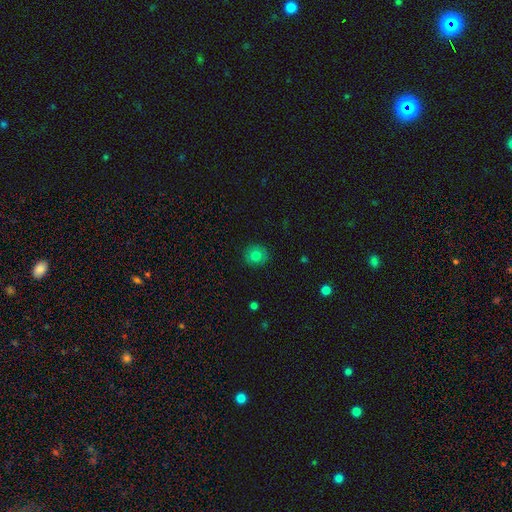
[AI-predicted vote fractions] A smooth galaxy with no disk features (78%) that is round (90%).

Vote fractions:
- Smooth or featured? smooth: 78% / featured or disk: 12% / star or artifact: 10%
- How rounded? round: 90% / in between: 9% / cigar-shaped: 1%
- Merging? none: 90% / minor disturbance: 7% / major disturbance: 2% / merger: 1%